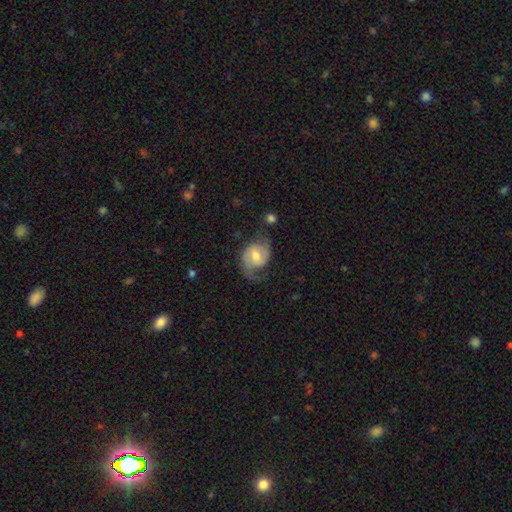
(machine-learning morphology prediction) The model was most divided on "spiral winding": medium: 47%, loose: 31%, tight: 22%. More confident: edge-on disk — no (97%); spiral arms — yes (92%); spiral arm count — 2 (77%); smooth or featured — featured or disk (73%); bulge size — moderate (63%); merging — none (57%); bar — weak (55%).